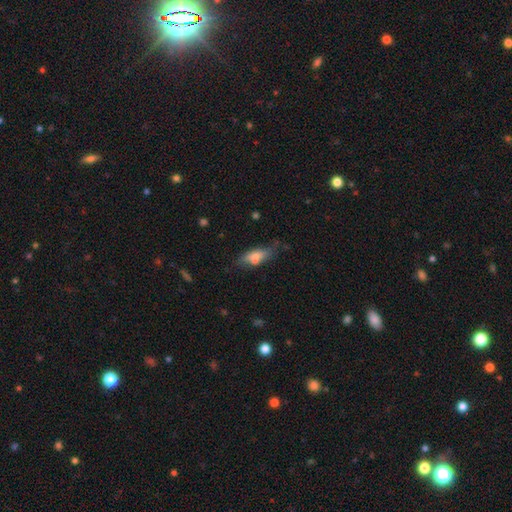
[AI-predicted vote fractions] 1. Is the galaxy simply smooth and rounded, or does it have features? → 70% smooth, 21% featured or disk, 9% star or artifact.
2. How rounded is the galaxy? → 62% in between, 35% cigar-shaped, 3% round.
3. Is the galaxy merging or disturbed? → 57% none, 26% minor disturbance, 9% major disturbance, 8% merger.